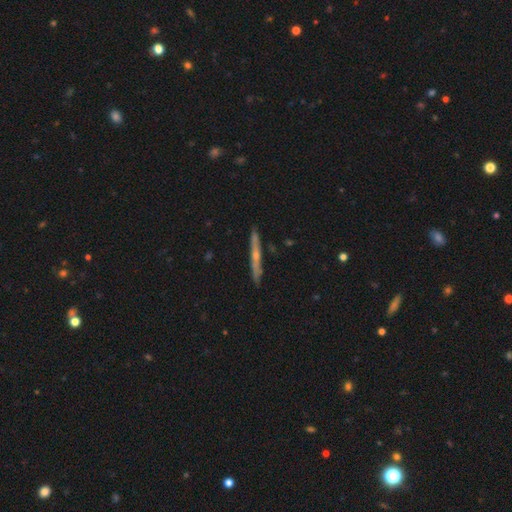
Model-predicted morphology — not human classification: A featured or disk galaxy (64%) viewed edge-on (96%) with a rounded central bulge (65%). Merging: none (89%).